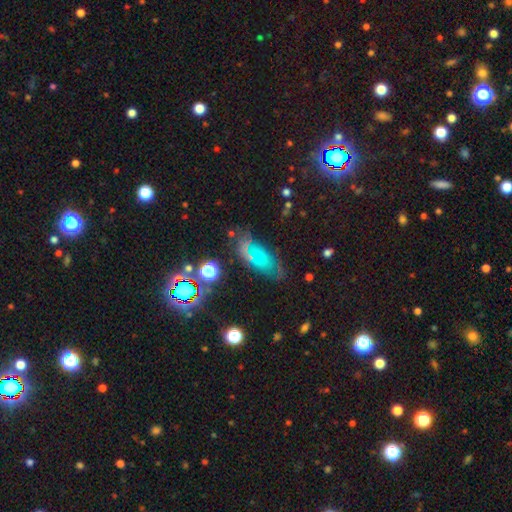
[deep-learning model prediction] featured or disk 51%, star or artifact 29%, smooth 19%. Down the decision tree: edge-on disk — no (81%); merging — none (64%).